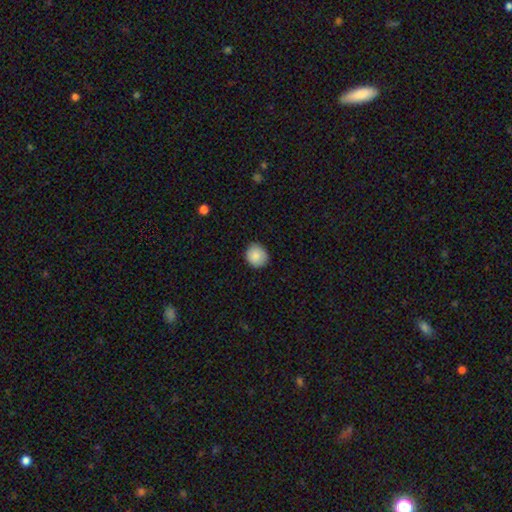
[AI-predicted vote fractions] A smooth galaxy with no disk features (86%) that is round (81%).

Vote fractions:
- Smooth or featured? smooth: 86% / star or artifact: 8% / featured or disk: 7%
- How rounded? round: 81% / in between: 18% / cigar-shaped: 1%
- Merging? none: 86% / minor disturbance: 11% / major disturbance: 2% / merger: 1%